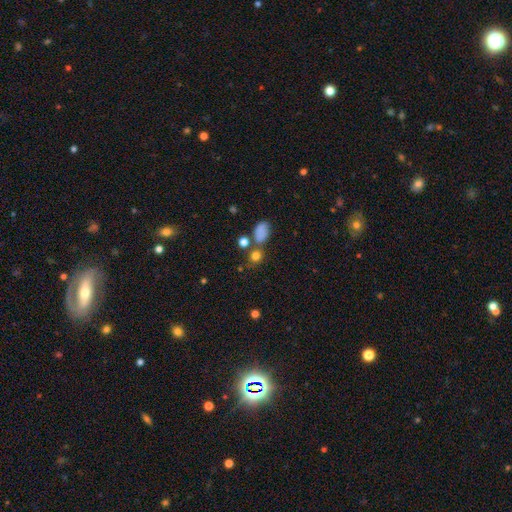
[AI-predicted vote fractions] A smooth galaxy with no disk features (77%) that is round (75%).

Vote fractions:
- Smooth or featured? smooth: 77% / star or artifact: 16% / featured or disk: 8%
- How rounded? round: 75% / in between: 24% / cigar-shaped: 2%
- Merging? none: 62% / merger: 20% / minor disturbance: 12% / major disturbance: 5%